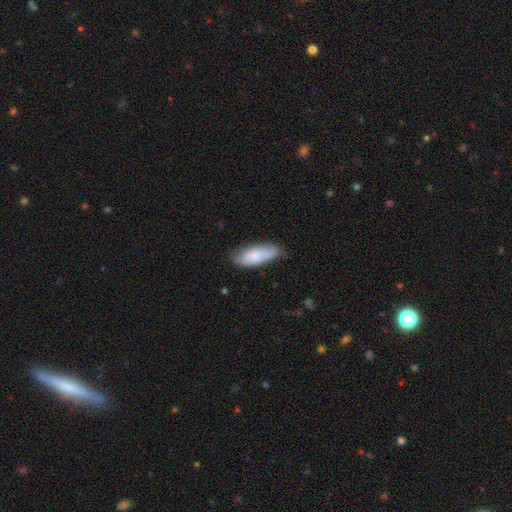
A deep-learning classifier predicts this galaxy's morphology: A smooth galaxy with no disk features (83%) that is in between round and cigar-shaped (70%).

Vote fractions:
- Smooth or featured? smooth: 83% / featured or disk: 11% / star or artifact: 6%
- How rounded? in between: 70% / cigar-shaped: 28% / round: 2%
- Merging? none: 68% / minor disturbance: 26% / major disturbance: 5% / merger: 2%